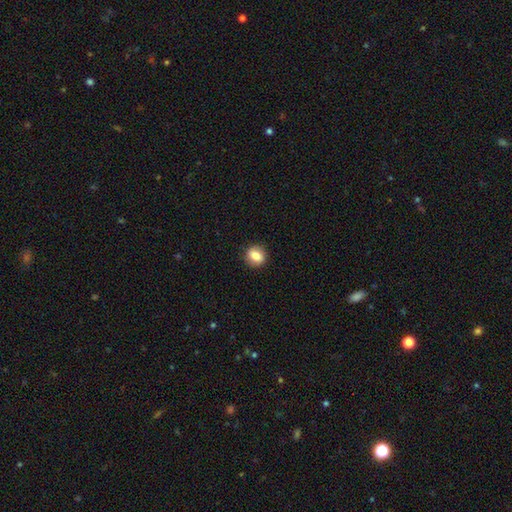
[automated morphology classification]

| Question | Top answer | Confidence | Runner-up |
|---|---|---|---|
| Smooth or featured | smooth | 81% | featured or disk (11%) |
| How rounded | round | 70% | in between (29%) |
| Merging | none | 89% | minor disturbance (8%) |